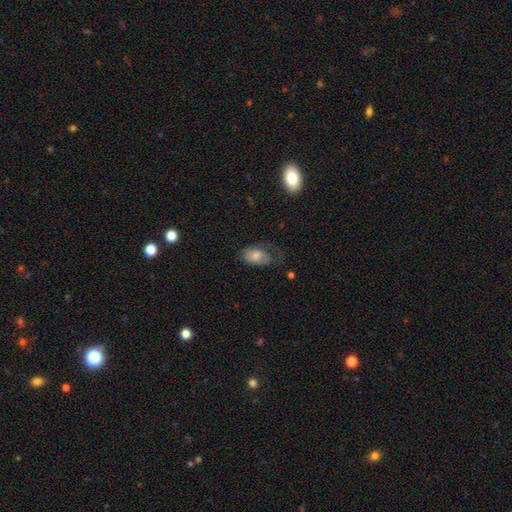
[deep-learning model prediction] This appears to be a smooth galaxy with no disk features (64%) that is in between round and cigar-shaped (90%). Merging: major disturbance (39%).